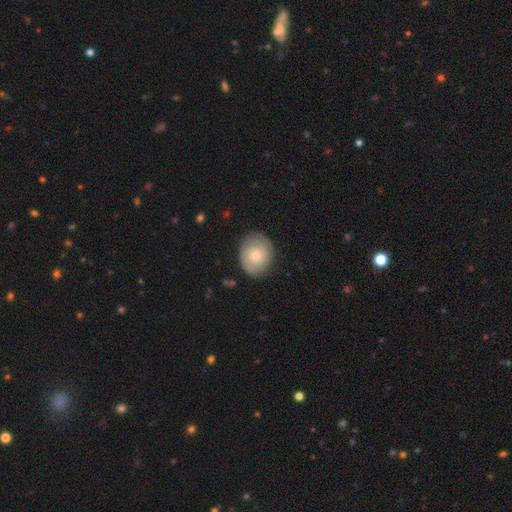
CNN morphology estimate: Smooth or featured?
  - featured or disk: 49% *
  - smooth: 45%
  - star or artifact: 7%
Merging?
  - none: 79% *
  - minor disturbance: 15%
  - major disturbance: 4%
  - merger: 1%